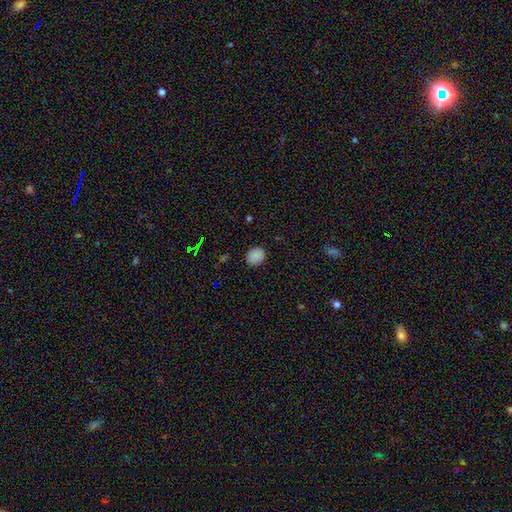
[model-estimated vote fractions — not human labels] Q: Smooth or featured?
A: smooth (84%); runner-up: star or artifact (12%)
Q: How rounded?
A: round (65%); runner-up: in between (34%)
Q: Merging?
A: none (85%); runner-up: minor disturbance (12%)